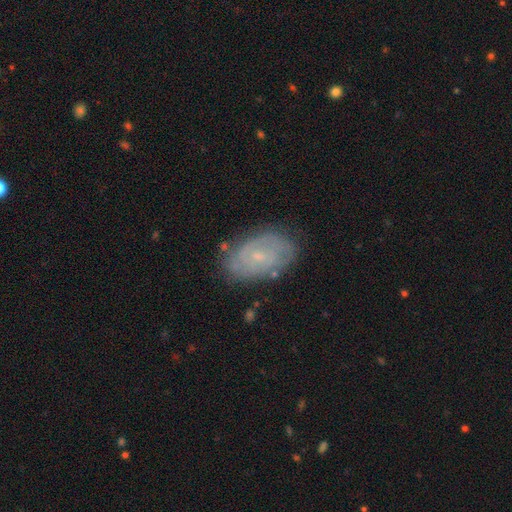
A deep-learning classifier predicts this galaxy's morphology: smooth_or_featured: featured or disk (p=0.63) [alt: smooth p=0.26]
disk_edge_on: no (p=0.95) [alt: yes p=0.05]
bar: no (p=0.69) [alt: weak p=0.26]
has_spiral_arms: yes (p=0.81) [alt: no p=0.19]
bulge_size: small (p=0.79) [alt: moderate p=0.15]
merging: none (p=0.80) [alt: minor disturbance p=0.15]